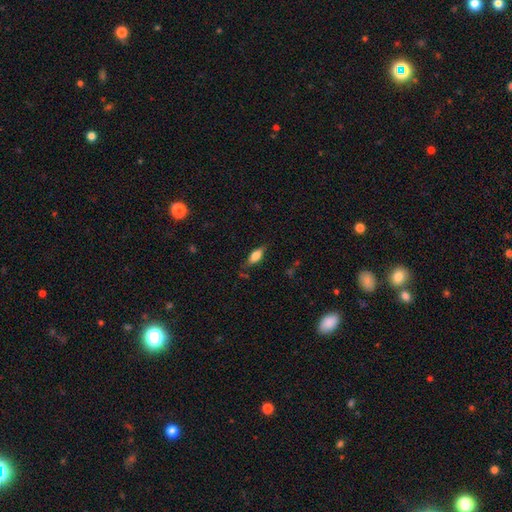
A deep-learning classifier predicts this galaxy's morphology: This appears to be a smooth galaxy with no disk features (74%) that is in between round and cigar-shaped (79%). Merging: none (74%).